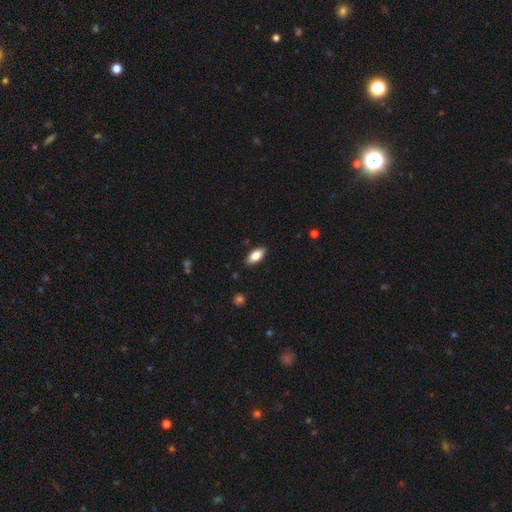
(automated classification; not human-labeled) Smooth or featured?
  - smooth: 82% *
  - featured or disk: 12%
  - star or artifact: 7%
How rounded?
  - in between: 89% *
  - cigar-shaped: 8%
  - round: 3%
Merging?
  - none: 87% *
  - minor disturbance: 10%
  - major disturbance: 2%
  - merger: 1%